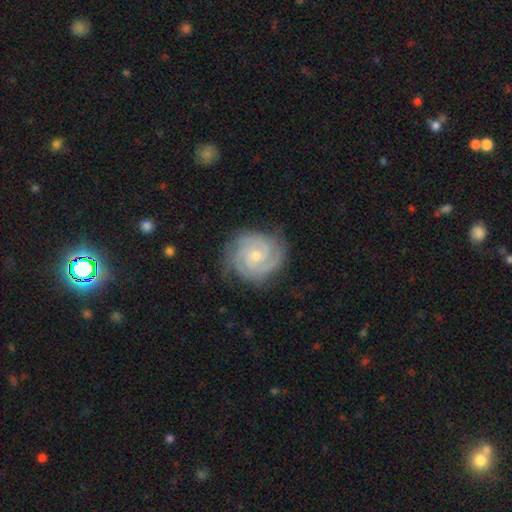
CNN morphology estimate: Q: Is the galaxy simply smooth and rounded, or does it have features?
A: featured or disk — 92%.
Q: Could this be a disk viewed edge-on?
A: no — 98%.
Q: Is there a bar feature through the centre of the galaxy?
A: no — 70%.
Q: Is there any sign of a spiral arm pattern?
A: yes — 99%.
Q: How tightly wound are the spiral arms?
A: tight — 78%.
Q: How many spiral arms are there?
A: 3 — 44%.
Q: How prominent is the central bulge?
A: small — 63%.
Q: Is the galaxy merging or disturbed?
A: none — 82%.